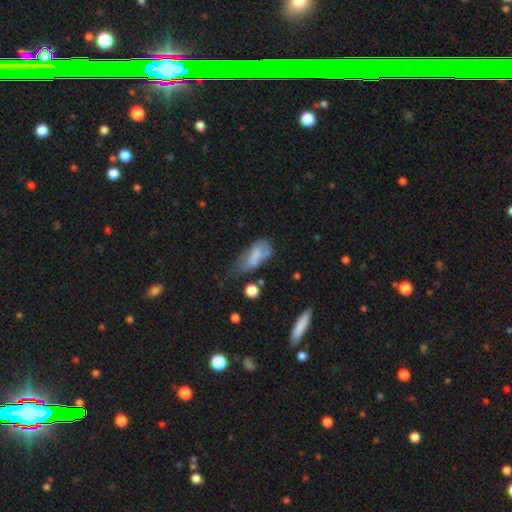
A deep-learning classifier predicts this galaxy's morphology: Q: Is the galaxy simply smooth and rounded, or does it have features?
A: smooth — 67%.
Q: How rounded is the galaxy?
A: in between — 84%.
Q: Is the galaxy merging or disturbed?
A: minor disturbance — 35%.